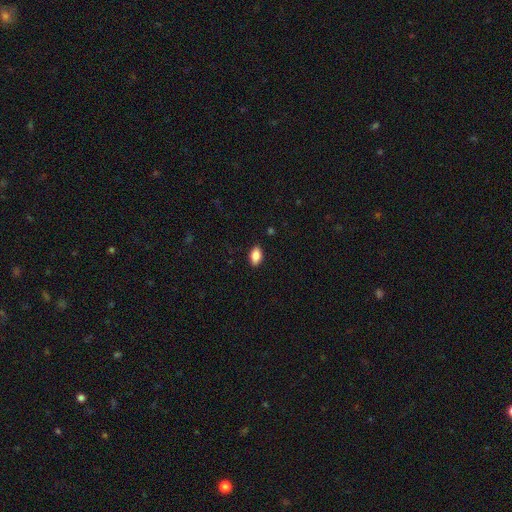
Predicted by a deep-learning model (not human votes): A smooth galaxy with no disk features (87%) that is in between round and cigar-shaped (91%).

Vote fractions:
- Smooth or featured? smooth: 87% / star or artifact: 8% / featured or disk: 6%
- How rounded? in between: 91% / round: 6% / cigar-shaped: 3%
- Merging? none: 88% / minor disturbance: 9% / major disturbance: 2% / merger: 1%